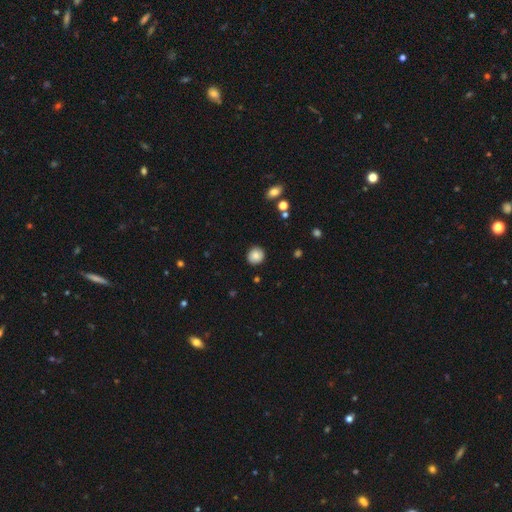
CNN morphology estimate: The model was most divided on "smooth or featured": smooth: 83%, star or artifact: 9%, featured or disk: 8%. More confident: how rounded — round (90%); merging — none (89%).